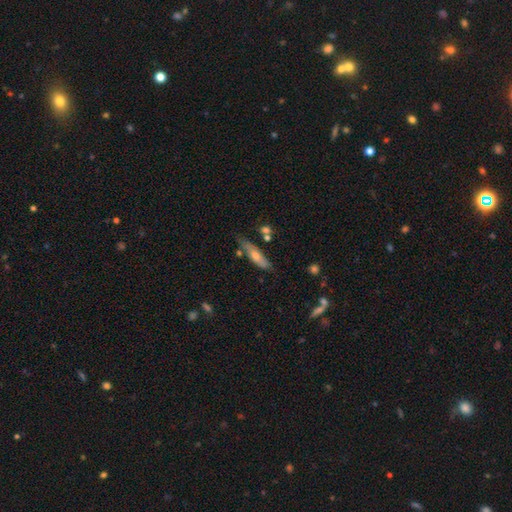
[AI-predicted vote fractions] This appears to be a smooth galaxy with no disk features (51%) that is cigar-shaped (70%). Merging: none (70%).